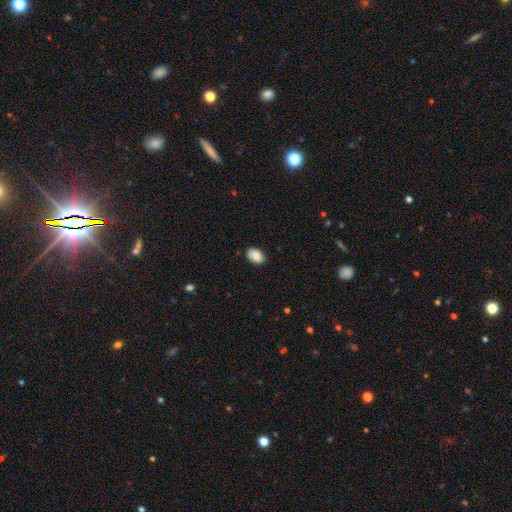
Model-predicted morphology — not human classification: smooth 88%, star or artifact 7%, featured or disk 5%. Down the decision tree: how rounded — in between (86%); merging — none (82%).